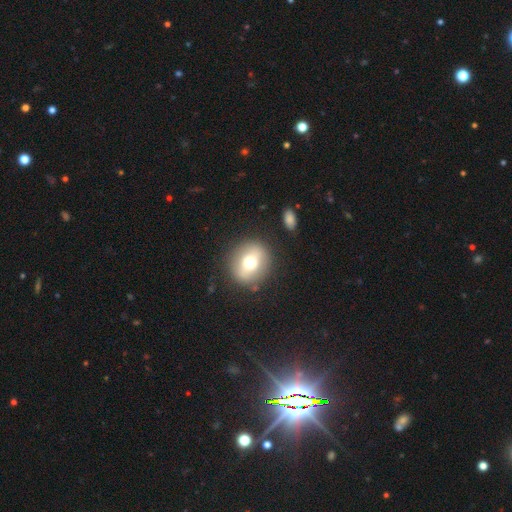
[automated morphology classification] A smooth galaxy with no disk features (48%). Merging: none (86%).